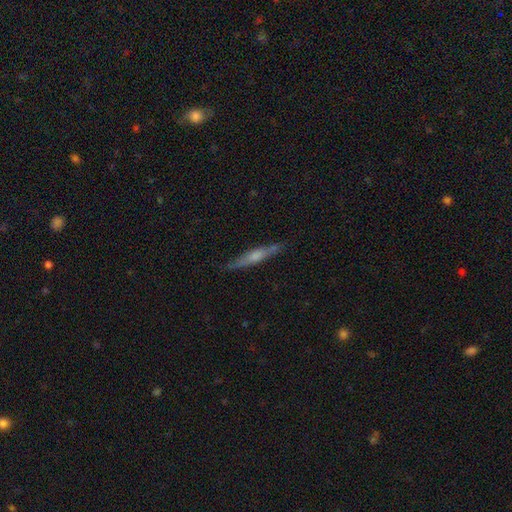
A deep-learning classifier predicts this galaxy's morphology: Q: Smooth or featured?
A: featured or disk (58%); runner-up: smooth (35%)
Q: Edge-on disk?
A: yes (94%); runner-up: no (6%)
Q: Edge-on bulge?
A: rounded (61%); runner-up: none (20%)
Q: Merging?
A: none (82%); runner-up: minor disturbance (14%)